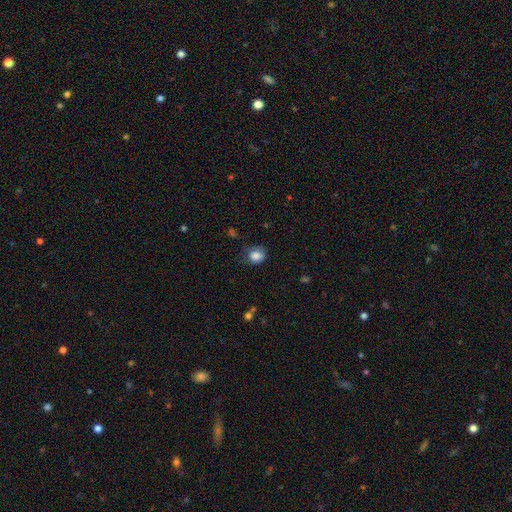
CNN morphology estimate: Smooth or featured? Predicted: smooth (p=0.84). How rounded? Predicted: round (p=0.64). Merging? Predicted: none (p=0.62).